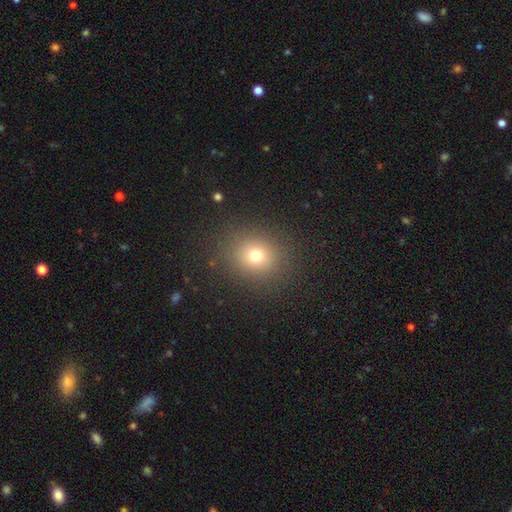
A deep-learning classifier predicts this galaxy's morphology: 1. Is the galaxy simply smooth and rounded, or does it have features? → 72% smooth, 18% star or artifact, 9% featured or disk.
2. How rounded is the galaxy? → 75% round, 24% in between, 1% cigar-shaped.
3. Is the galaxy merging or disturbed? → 86% none, 8% minor disturbance, 4% major disturbance, 1% merger.